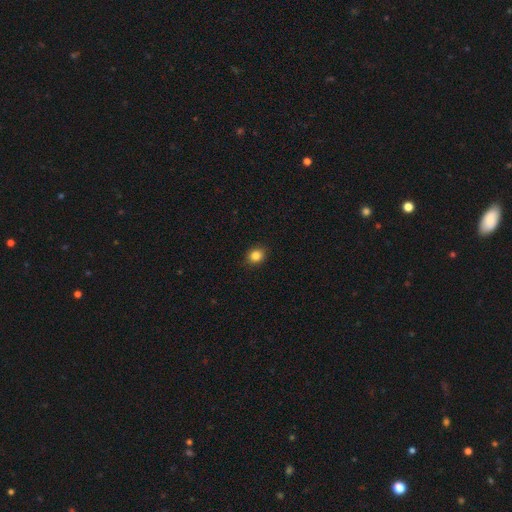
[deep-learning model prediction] Morphology: type=smooth (85%); roundness=round (65%); merging=none (89%).